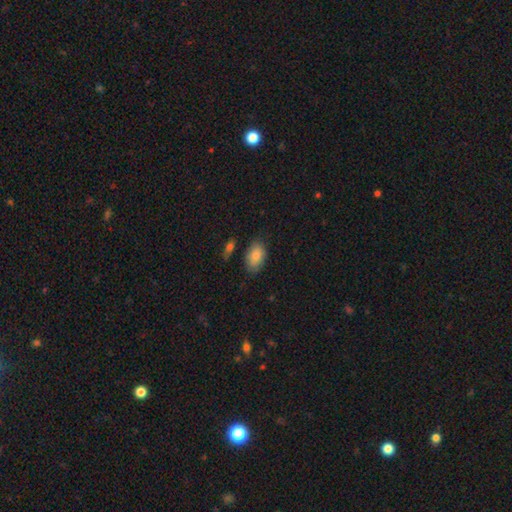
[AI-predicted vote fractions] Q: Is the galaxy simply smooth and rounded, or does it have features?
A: smooth — 83%.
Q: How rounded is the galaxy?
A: in between — 91%.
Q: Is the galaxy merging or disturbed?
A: none — 74%.